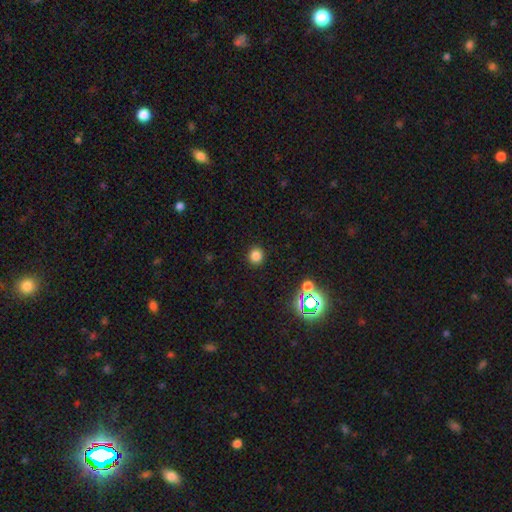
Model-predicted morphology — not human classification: The model was most divided on "smooth or featured": smooth: 80%, star or artifact: 16%, featured or disk: 4%. More confident: how rounded — round (91%); merging — none (90%).